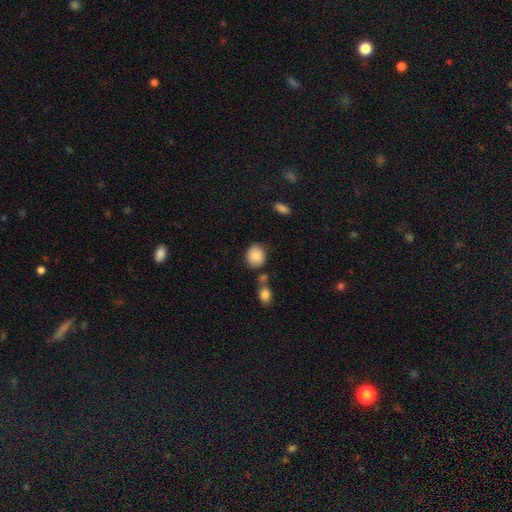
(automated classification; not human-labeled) The model was most divided on "how rounded": round: 65%, in between: 34%, cigar-shaped: 1%. More confident: smooth or featured — smooth (85%); merging — none (76%).